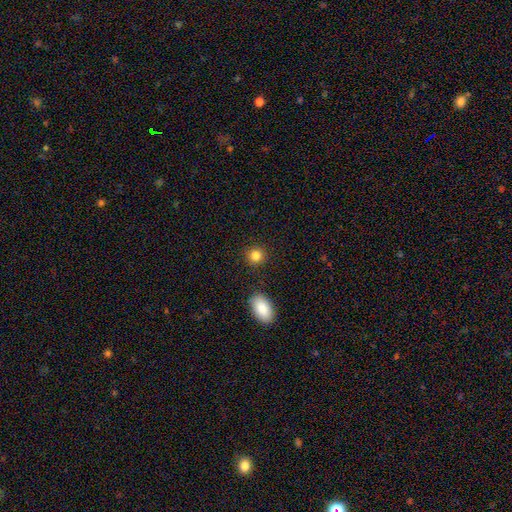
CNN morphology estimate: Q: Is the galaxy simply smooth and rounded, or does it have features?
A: smooth — 84%.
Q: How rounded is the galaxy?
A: round — 86%.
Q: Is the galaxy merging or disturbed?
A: none — 88%.